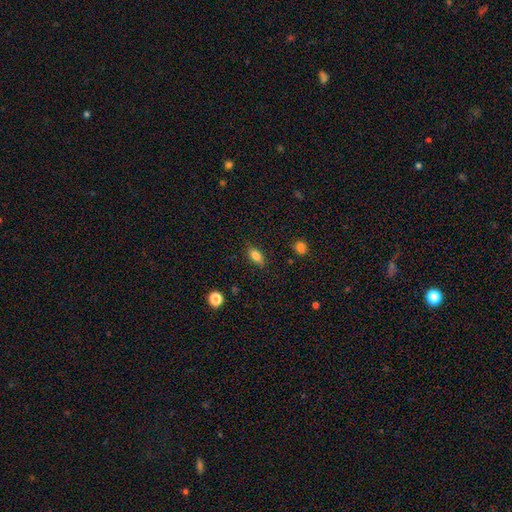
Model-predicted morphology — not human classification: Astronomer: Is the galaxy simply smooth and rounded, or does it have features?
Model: smooth — 80%.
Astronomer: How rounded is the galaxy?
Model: in between — 85%.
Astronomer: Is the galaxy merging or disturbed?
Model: none — 85%.